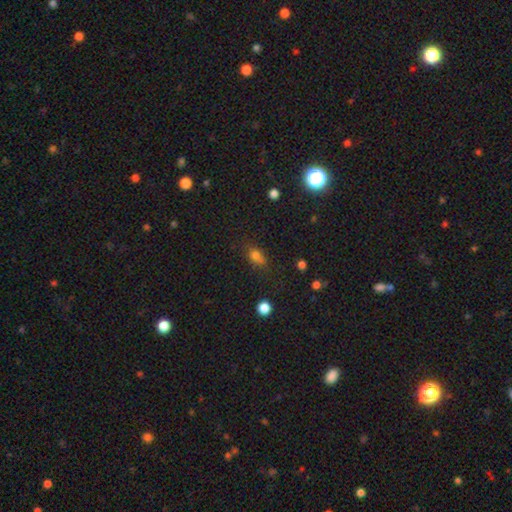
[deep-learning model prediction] A smooth galaxy with no disk features (72%) that is in between round and cigar-shaped (59%).

Vote fractions:
- Smooth or featured? smooth: 72% / star or artifact: 18% / featured or disk: 11%
- How rounded? in between: 59% / round: 36% / cigar-shaped: 5%
- Merging? none: 62% / minor disturbance: 21% / merger: 9% / major disturbance: 8%